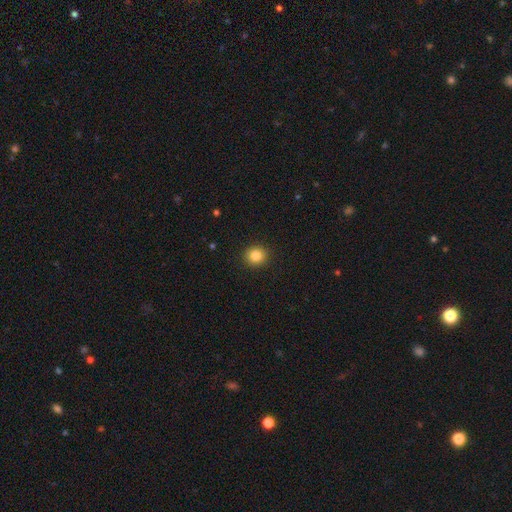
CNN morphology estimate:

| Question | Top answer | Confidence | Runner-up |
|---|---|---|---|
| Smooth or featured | smooth | 84% | star or artifact (11%) |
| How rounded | round | 86% | in between (13%) |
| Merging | none | 92% | minor disturbance (5%) |